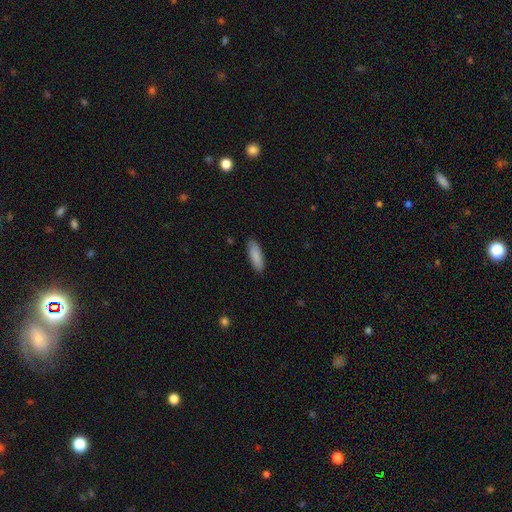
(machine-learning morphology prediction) smooth 88%, featured or disk 7%, star or artifact 6%. Down the decision tree: how rounded — in between (54%); merging — none (86%).